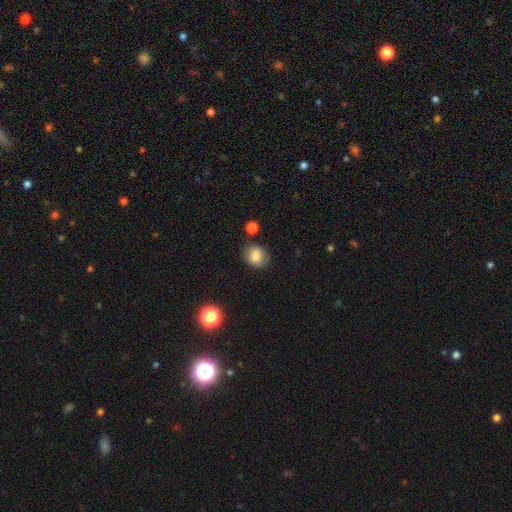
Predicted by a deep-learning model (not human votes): Overall: smooth (83%). How rounded: round (66%; in between 33%). Merging: none (78%).